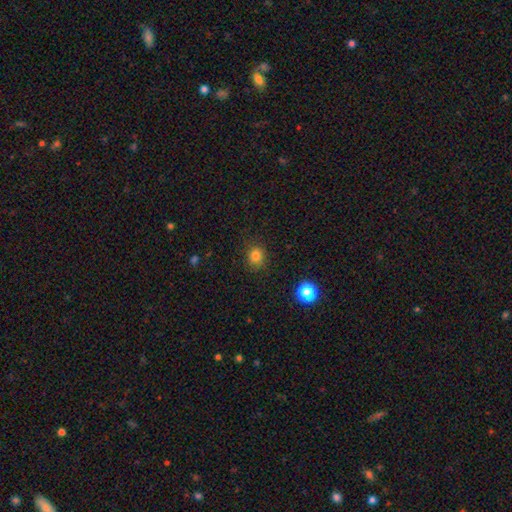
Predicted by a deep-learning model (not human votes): Morphology: type=smooth (81%); roundness=round (77%); merging=none (85%).